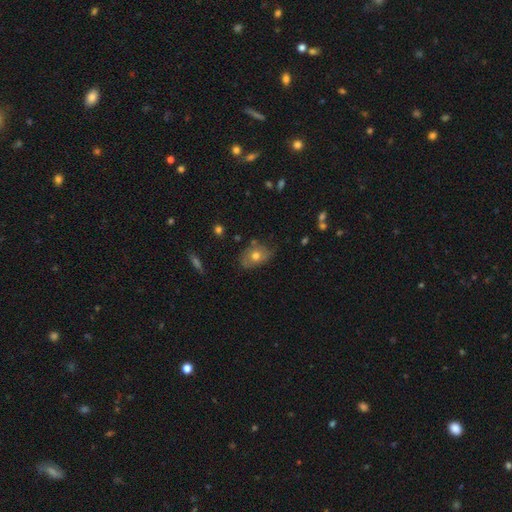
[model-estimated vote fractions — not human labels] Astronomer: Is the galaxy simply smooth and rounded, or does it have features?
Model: smooth — 61%.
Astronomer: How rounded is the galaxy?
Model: in between — 76%.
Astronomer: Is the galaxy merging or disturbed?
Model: none — 62%.